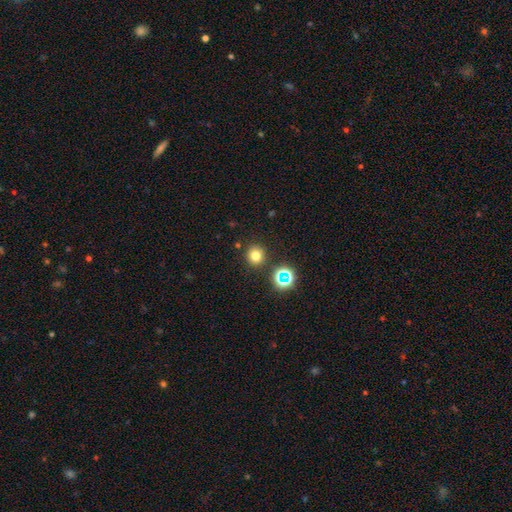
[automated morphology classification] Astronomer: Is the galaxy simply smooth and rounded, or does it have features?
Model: smooth — 74%.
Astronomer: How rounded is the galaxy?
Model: round — 92%.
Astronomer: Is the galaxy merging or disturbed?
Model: none — 87%.